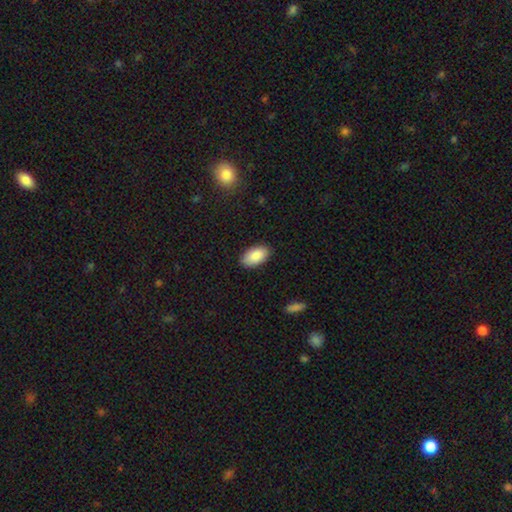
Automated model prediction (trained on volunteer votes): Smooth or featured?
  - smooth: 88% *
  - star or artifact: 6%
  - featured or disk: 6%
How rounded?
  - in between: 95% *
  - round: 4%
  - cigar-shaped: 2%
Merging?
  - none: 87% *
  - minor disturbance: 10%
  - major disturbance: 2%
  - merger: 1%